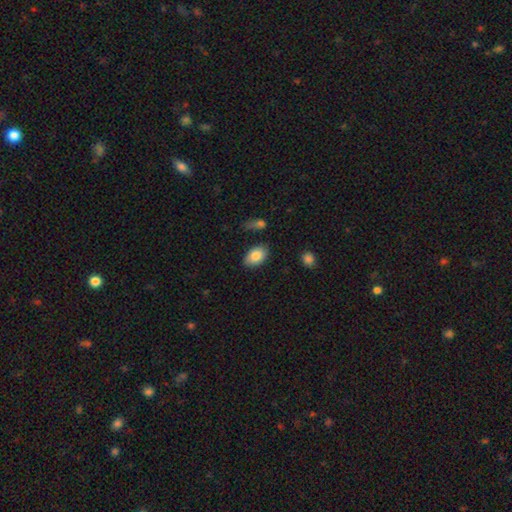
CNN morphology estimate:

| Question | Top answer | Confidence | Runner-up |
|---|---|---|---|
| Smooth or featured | smooth | 83% | featured or disk (11%) |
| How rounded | in between | 90% | round (8%) |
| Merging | none | 81% | minor disturbance (13%) |